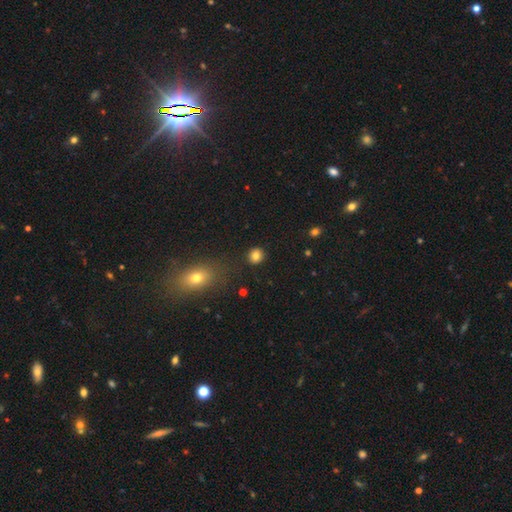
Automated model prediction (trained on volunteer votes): Morphology: type=smooth (82%); roundness=round (86%); merging=none (89%).